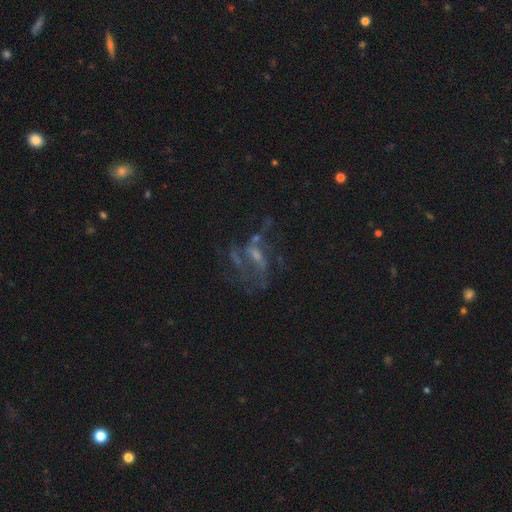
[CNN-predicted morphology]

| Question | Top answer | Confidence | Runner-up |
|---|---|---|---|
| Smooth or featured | featured or disk | 70% | star or artifact (16%) |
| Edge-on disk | no | 94% | yes (6%) |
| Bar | weak | 41% | no (39%) |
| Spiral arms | yes | 64% | no (36%) |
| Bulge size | small | 46% | moderate (29%) |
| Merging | none | 39% | major disturbance (36%) |